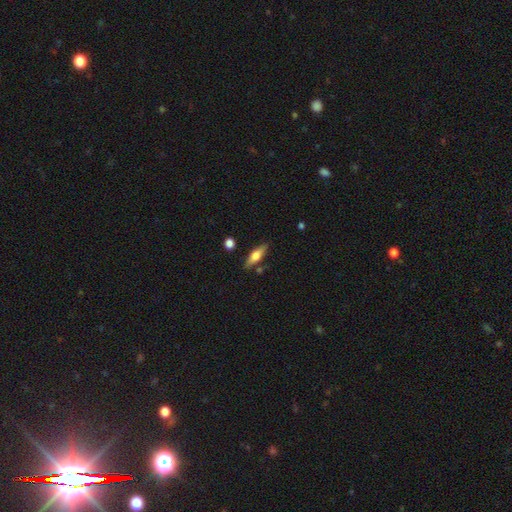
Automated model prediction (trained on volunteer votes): smooth-or-featured: featured or disk: 47% | smooth: 46% | star or artifact: 7%
  merging: none: 81% | minor disturbance: 12% | merger: 5% | major disturbance: 3%